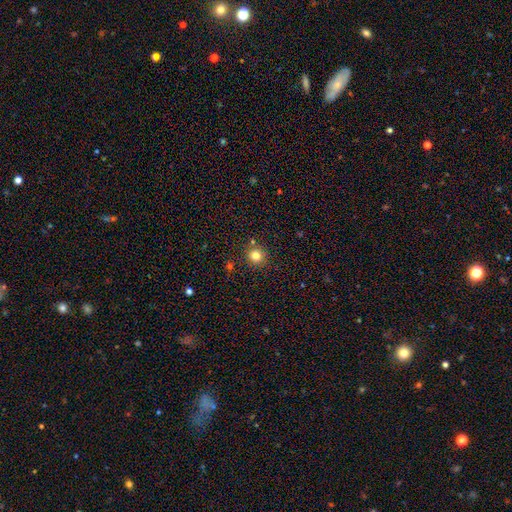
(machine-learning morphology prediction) Smooth or featured?
  - smooth: 80% *
  - star or artifact: 14%
  - featured or disk: 6%
How rounded?
  - round: 94% *
  - in between: 5%
  - cigar-shaped: 1%
Merging?
  - none: 87% *
  - minor disturbance: 7%
  - merger: 4%
  - major disturbance: 2%